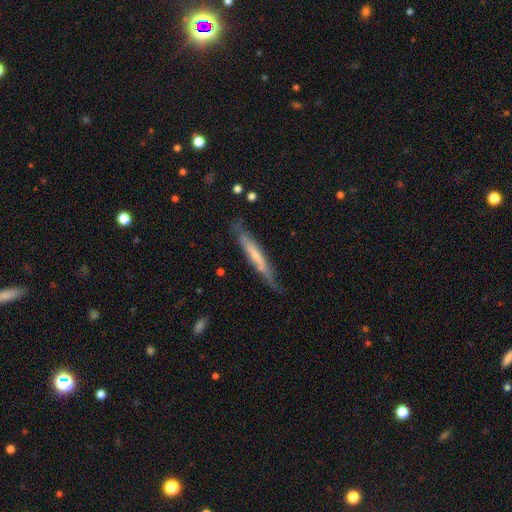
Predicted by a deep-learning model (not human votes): A featured or disk galaxy (51%) viewed edge-on (82%).

Vote fractions:
- Smooth or featured? featured or disk: 51% / smooth: 43% / star or artifact: 6%
- Edge-on disk? yes: 82% / no: 18%
- Merging? none: 68% / minor disturbance: 23% / major disturbance: 7% / merger: 2%